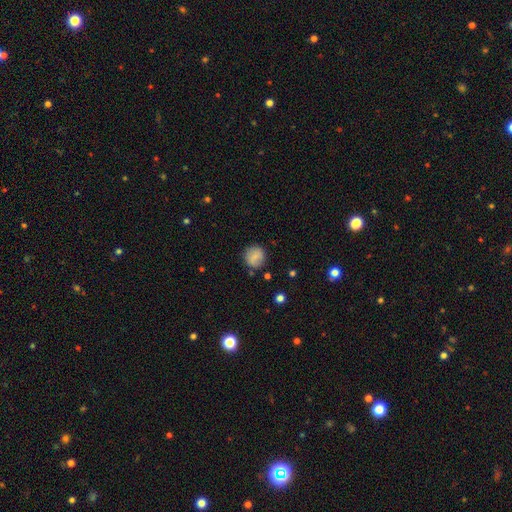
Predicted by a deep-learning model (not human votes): This is likely a smooth galaxy (79%). How rounded: clearly round (90%). Merging: clearly none (83%).